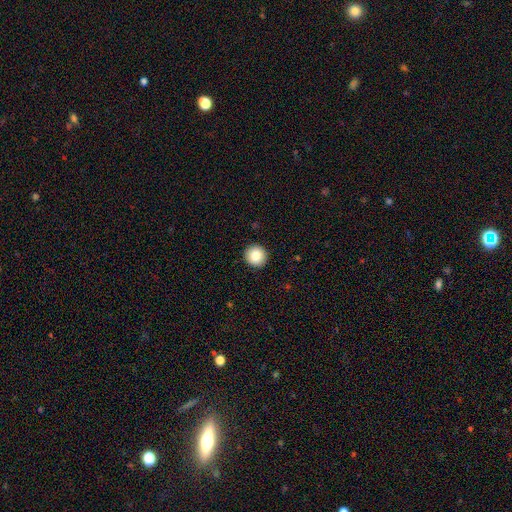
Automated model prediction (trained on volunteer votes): A smooth galaxy with no disk features (86%) that is round (95%).

Vote fractions:
- Smooth or featured? smooth: 86% / star or artifact: 8% / featured or disk: 6%
- How rounded? round: 95% / in between: 4% / cigar-shaped: 1%
- Merging? none: 93% / minor disturbance: 4% / major disturbance: 1% / merger: 1%